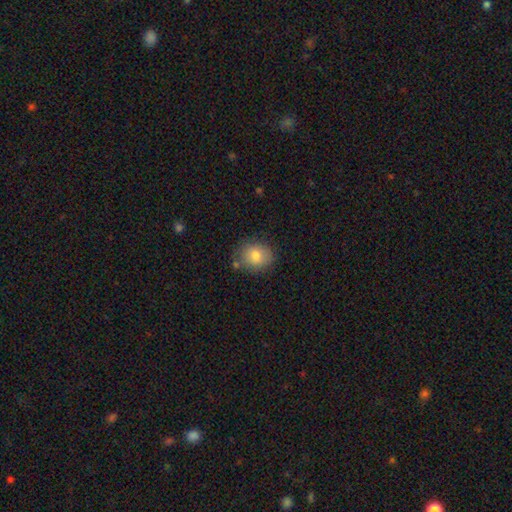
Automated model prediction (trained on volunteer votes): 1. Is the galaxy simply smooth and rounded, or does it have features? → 79% smooth, 12% featured or disk, 9% star or artifact.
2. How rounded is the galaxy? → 66% round, 33% in between, 1% cigar-shaped.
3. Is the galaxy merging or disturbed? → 73% none, 17% minor disturbance, 5% merger, 4% major disturbance.